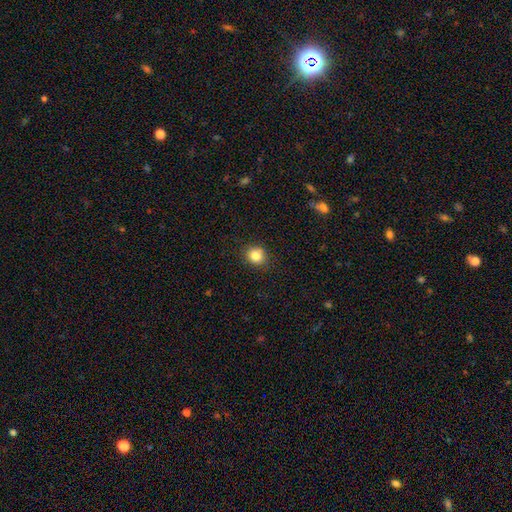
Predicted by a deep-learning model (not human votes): A smooth galaxy with no disk features (84%) that is round (78%).

Vote fractions:
- Smooth or featured? smooth: 84% / star or artifact: 11% / featured or disk: 5%
- How rounded? round: 78% / in between: 21% / cigar-shaped: 1%
- Merging? none: 86% / minor disturbance: 10% / major disturbance: 2% / merger: 2%